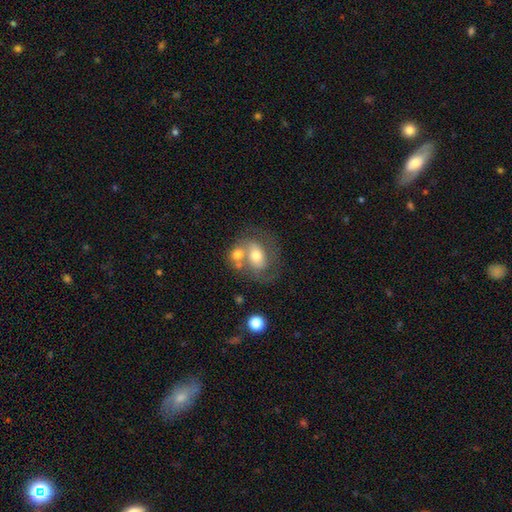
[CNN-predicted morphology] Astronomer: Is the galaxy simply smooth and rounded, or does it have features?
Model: featured or disk — 49% (runner-up: smooth, 43%).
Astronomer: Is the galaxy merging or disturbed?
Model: merger — 39% (runner-up: none, 36%).